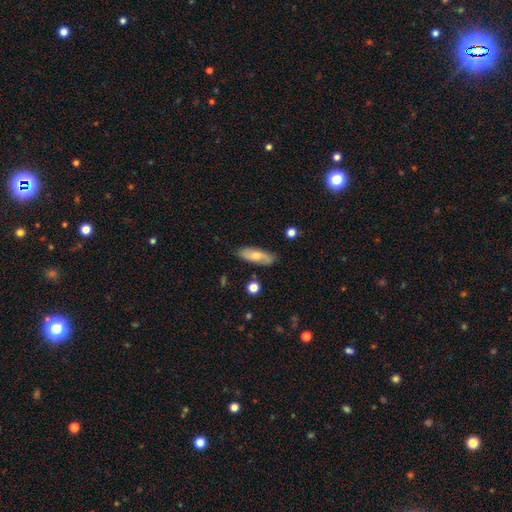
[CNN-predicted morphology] A smooth galaxy with no disk features (65%) that is in between round and cigar-shaped (61%). Merging: none (81%).